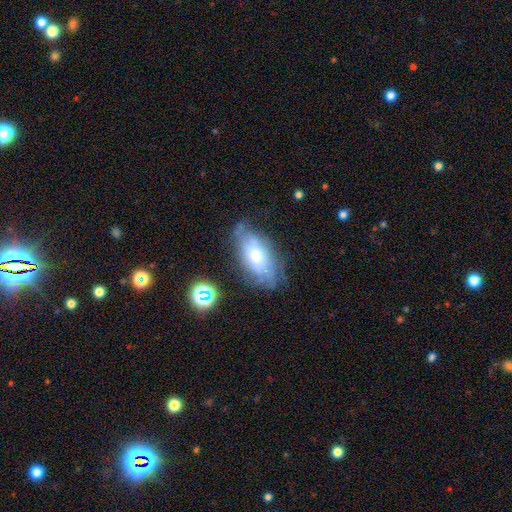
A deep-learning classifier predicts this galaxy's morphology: A featured or disk galaxy (54%). Merging: none (59%).